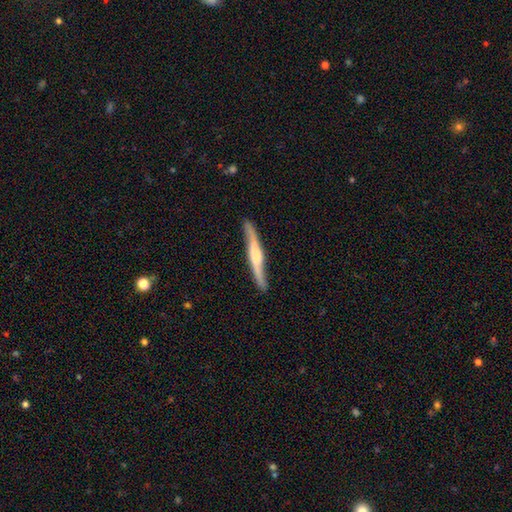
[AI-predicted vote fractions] This appears to be a featured or disk galaxy (69%) viewed edge-on (88%) with a rounded central bulge (54%). Merging: none (84%).